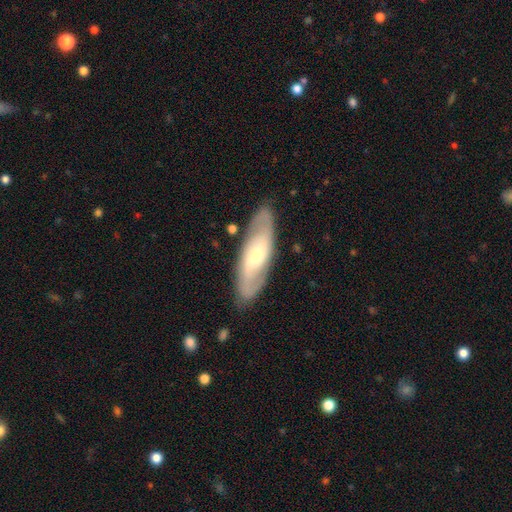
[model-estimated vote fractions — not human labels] featured or disk 68%, smooth 27%, star or artifact 6%. Down the decision tree: edge-on disk — no (86%); bar — weak (45%); spiral arms — yes (86%); spiral arm count — 2 (80%); spiral winding — medium (46%); bulge size — moderate (48%); merging — none (83%).